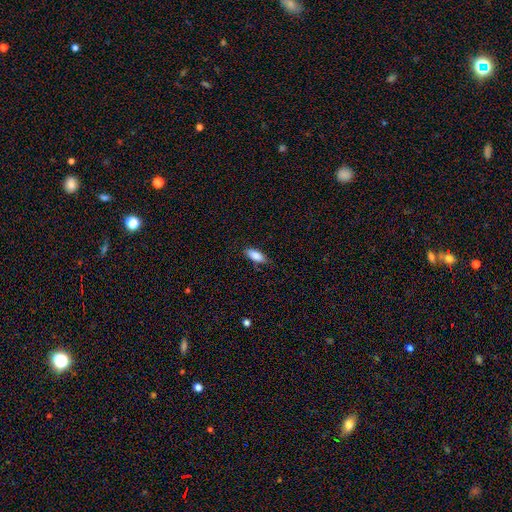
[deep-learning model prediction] Q: Smooth or featured?
A: smooth (87%); runner-up: featured or disk (7%)
Q: How rounded?
A: in between (79%); runner-up: cigar-shaped (19%)
Q: Merging?
A: none (81%); runner-up: minor disturbance (15%)